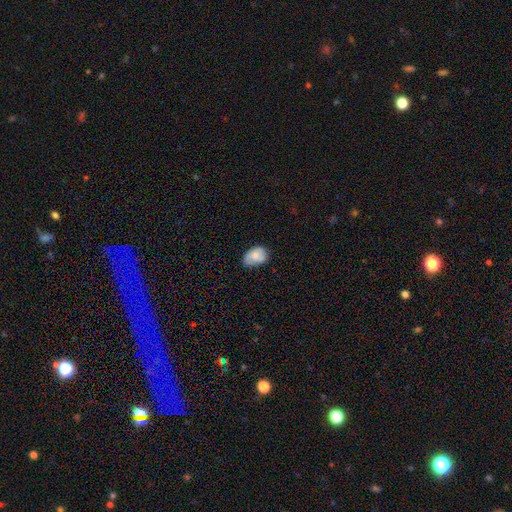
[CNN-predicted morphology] Overall: smooth (75%). How rounded: in between (77%). Merging: none (54%; minor disturbance 36%).